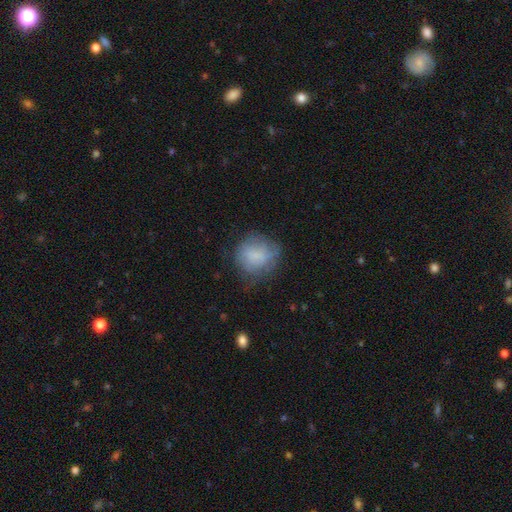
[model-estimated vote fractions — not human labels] A smooth galaxy with no disk features (69%) that is round (78%). Merging: none (57%).